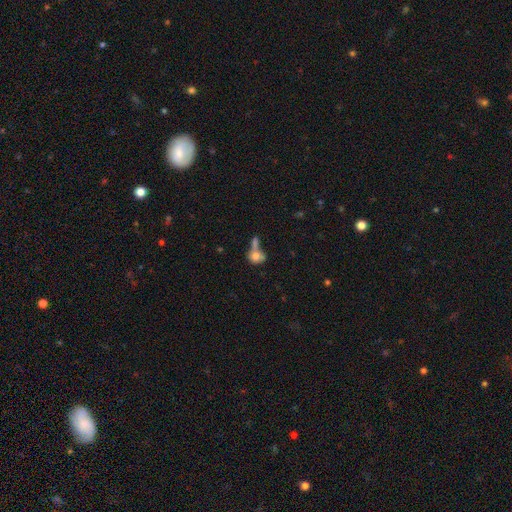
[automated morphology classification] type=smooth (70%); roundness=round (54%); merging=merger (48%).